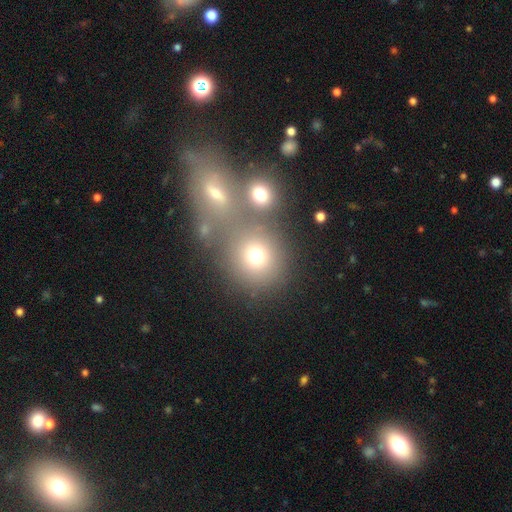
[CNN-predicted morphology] A smooth galaxy with no disk features (73%) that is round (83%).

Vote fractions:
- Smooth or featured? smooth: 73% / star or artifact: 16% / featured or disk: 12%
- How rounded? round: 83% / in between: 16% / cigar-shaped: 1%
- Merging? none: 52% / merger: 36% / minor disturbance: 8% / major disturbance: 5%